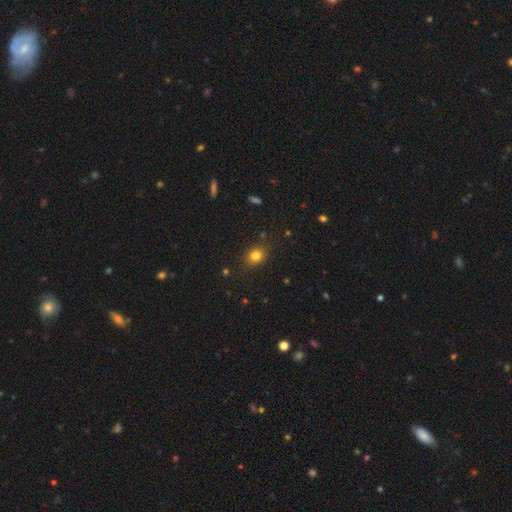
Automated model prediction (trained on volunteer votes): Smooth or featured? smooth (80%)
How rounded? round (59%)
Merging? none (84%)